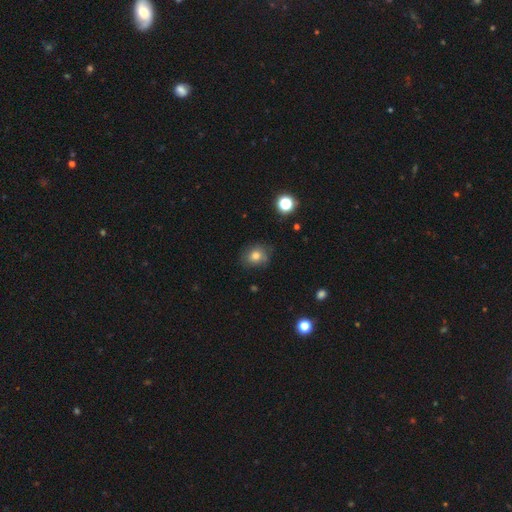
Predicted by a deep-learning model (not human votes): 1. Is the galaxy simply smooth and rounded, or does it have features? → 78% smooth, 13% star or artifact, 9% featured or disk.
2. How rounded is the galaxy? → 67% round, 32% in between, 1% cigar-shaped.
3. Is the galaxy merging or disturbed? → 75% none, 19% minor disturbance, 5% major disturbance, 2% merger.